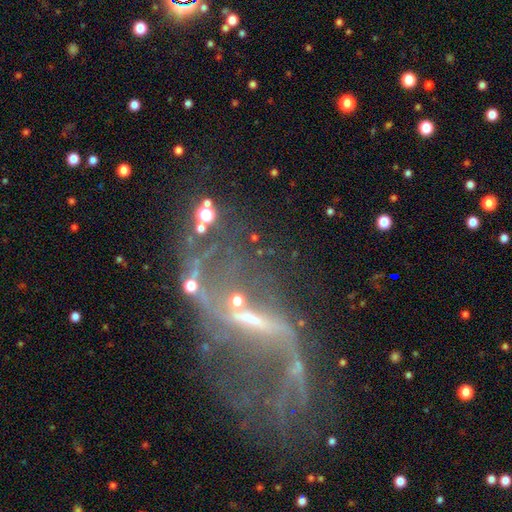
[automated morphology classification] smooth-or-featured: featured or disk: 75% | star or artifact: 17% | smooth: 8%
  disk-edge-on: no: 92% | yes: 8%
    bar: strong: 48% | weak: 33% | no: 19%
    has-spiral-arms: yes: 73% | no: 27%
      spiral-winding: loose: 86% | medium: 10% | tight: 4%
      spiral-arm-count: 2: 75% | 1: 9% | can't tell: 9% | 3: 3% | 4: 2% | more than 4: 2%
    bulge-size: small: 42% | none: 35% | moderate: 19% | large: 3% | dominant: 2%
  merging: major disturbance: 37% | none: 33% | minor disturbance: 16% | merger: 14%